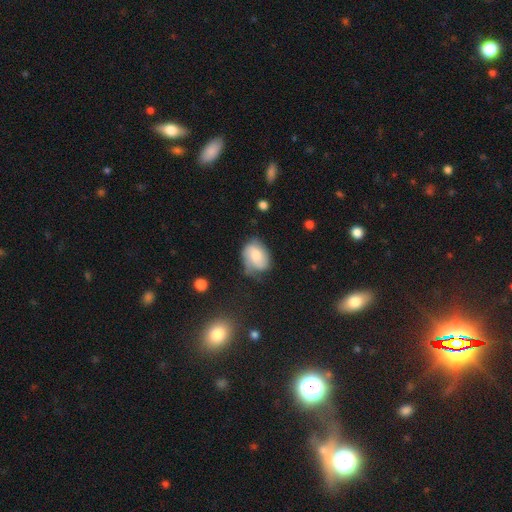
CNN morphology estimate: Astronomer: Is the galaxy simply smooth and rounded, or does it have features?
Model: smooth — 51% (runner-up: featured or disk, 41%).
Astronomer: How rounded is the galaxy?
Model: in between — 71%.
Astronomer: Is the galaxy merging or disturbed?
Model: none — 51% (runner-up: minor disturbance, 33%).